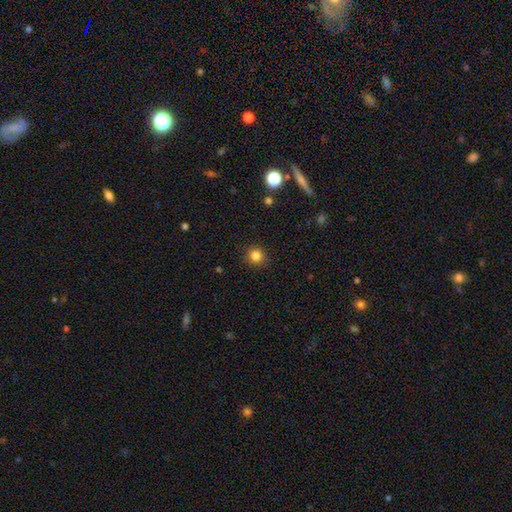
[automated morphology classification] This appears to be a smooth galaxy with no disk features (83%) that is round (90%). Merging: none (89%).